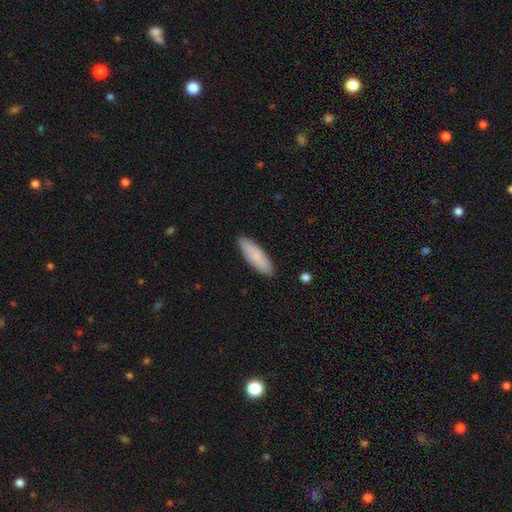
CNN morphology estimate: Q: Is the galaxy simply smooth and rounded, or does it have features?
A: smooth — 84%.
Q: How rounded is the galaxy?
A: in between — 51%.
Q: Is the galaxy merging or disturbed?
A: none — 88%.